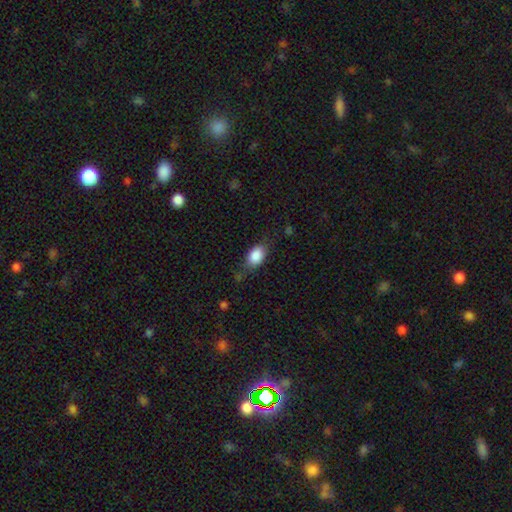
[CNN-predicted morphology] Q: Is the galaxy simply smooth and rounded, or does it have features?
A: smooth — 86%.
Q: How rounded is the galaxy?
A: in between — 85%.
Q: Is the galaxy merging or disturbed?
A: none — 66%.